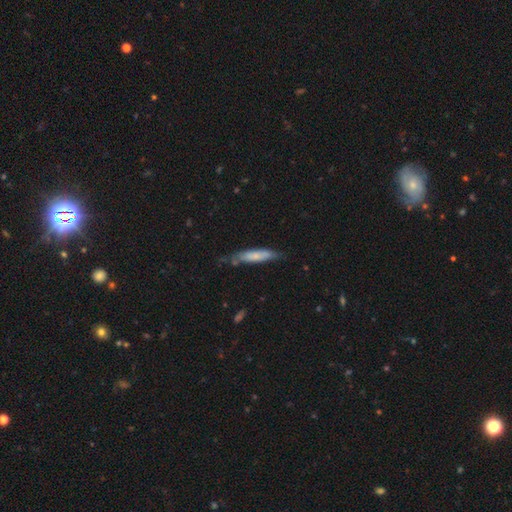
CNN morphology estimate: A smooth galaxy with no disk features (66%) that is cigar-shaped (81%). Merging: none (61%).